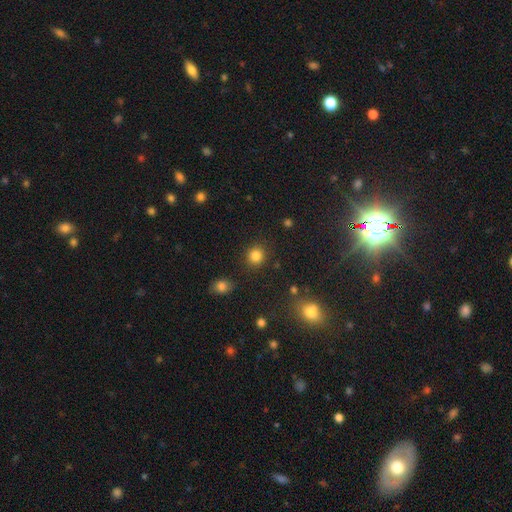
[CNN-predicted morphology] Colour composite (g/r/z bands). It shows a smooth galaxy with no disk features (84%) that is round (89%). Merging: none (89%).